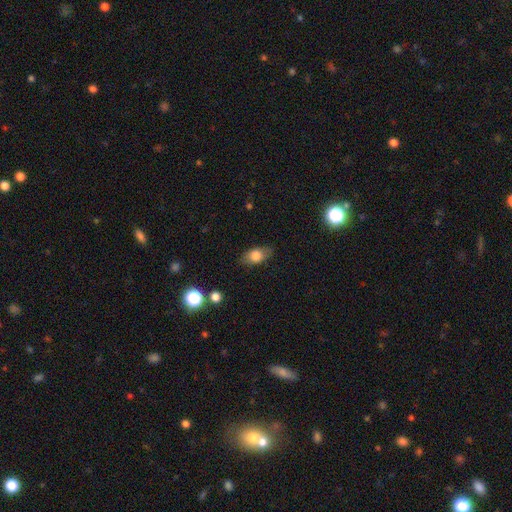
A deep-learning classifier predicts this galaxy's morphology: type=smooth (75%); roundness=in between (83%); merging=none (78%).